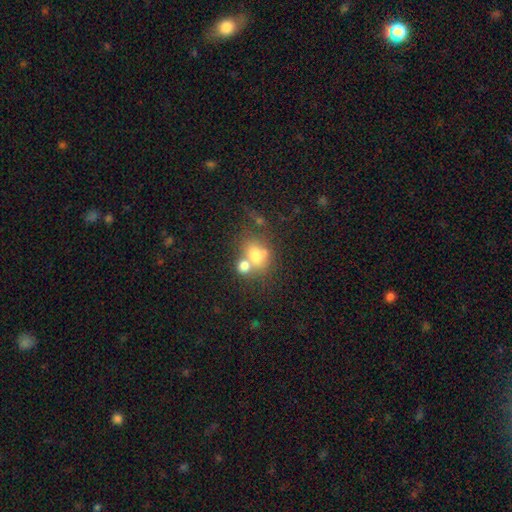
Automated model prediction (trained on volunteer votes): Smooth or featured?
  - smooth: 66% *
  - featured or disk: 21%
  - star or artifact: 14%
How rounded?
  - in between: 51% *
  - round: 48%
  - cigar-shaped: 1%
Merging?
  - merger: 50% *
  - none: 32%
  - minor disturbance: 11%
  - major disturbance: 8%